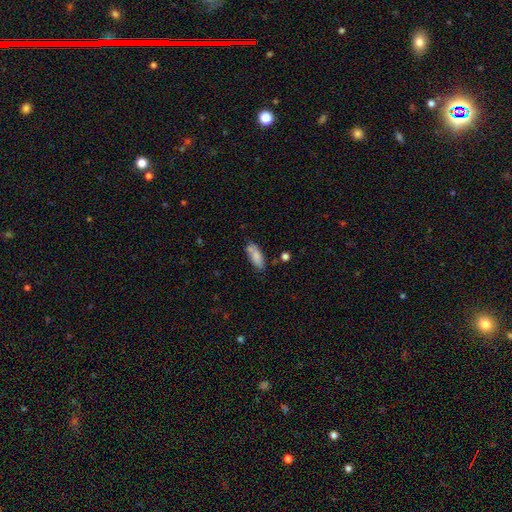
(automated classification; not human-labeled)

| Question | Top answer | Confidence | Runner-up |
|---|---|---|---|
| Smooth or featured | smooth | 79% | featured or disk (14%) |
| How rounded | in between | 74% | cigar-shaped (24%) |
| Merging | none | 62% | minor disturbance (21%) |